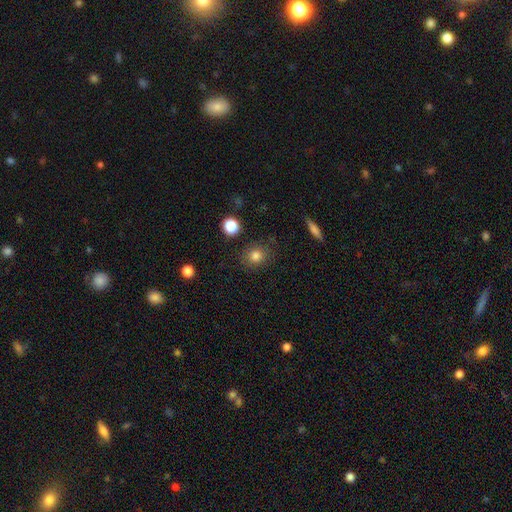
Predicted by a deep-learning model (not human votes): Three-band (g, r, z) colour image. It shows a smooth galaxy with no disk features (82%) that is round (80%). Merging: none (85%).